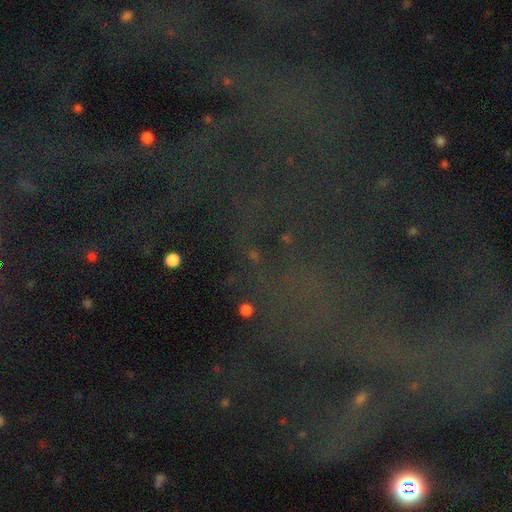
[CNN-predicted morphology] Smooth or featured: star or artifact — 77% (featured or disk — 13%)